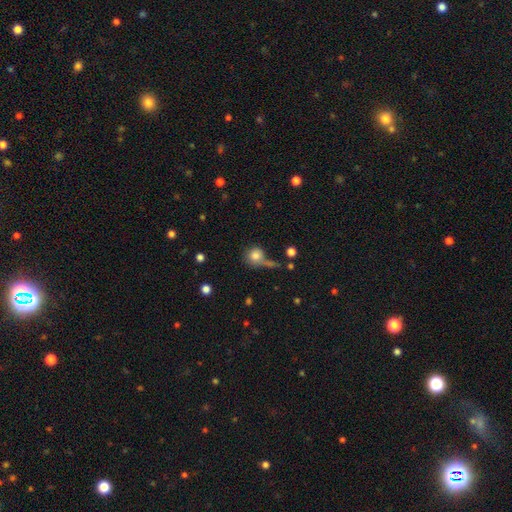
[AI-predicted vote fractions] Overall: smooth (79%). How rounded: round (87%). Merging: none (46%; merger 22%).